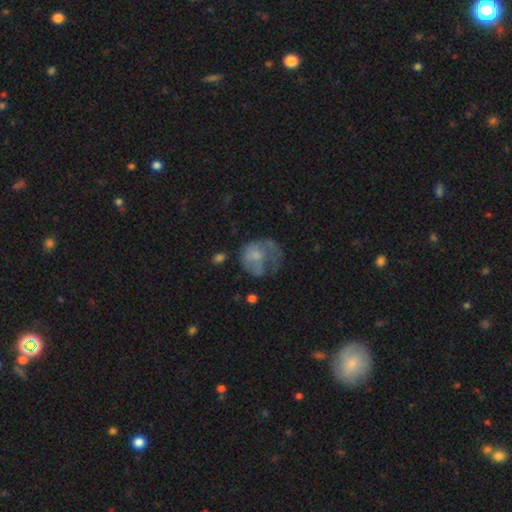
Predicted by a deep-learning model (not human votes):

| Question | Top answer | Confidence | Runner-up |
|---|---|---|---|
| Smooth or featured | smooth | 51% | featured or disk (39%) |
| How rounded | round | 65% | in between (34%) |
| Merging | major disturbance | 45% | none (28%) |